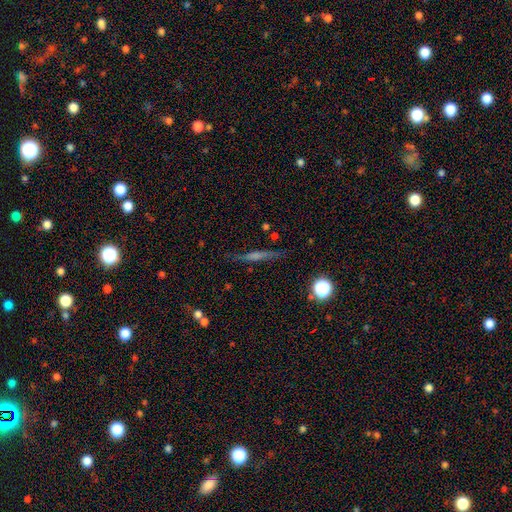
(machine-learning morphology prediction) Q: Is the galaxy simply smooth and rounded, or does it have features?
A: featured or disk — 57%.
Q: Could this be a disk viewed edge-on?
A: yes — 92%.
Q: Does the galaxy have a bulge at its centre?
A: rounded — 69%.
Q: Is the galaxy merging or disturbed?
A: none — 86%.